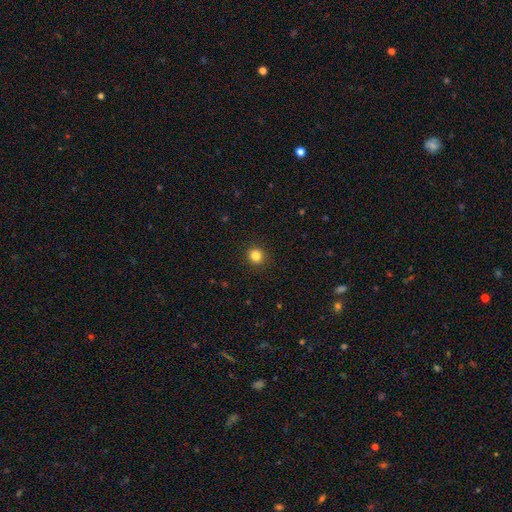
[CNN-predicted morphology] Smooth or featured? Predicted: smooth (p=0.84). How rounded? Predicted: round (p=0.91). Merging? Predicted: none (p=0.92).